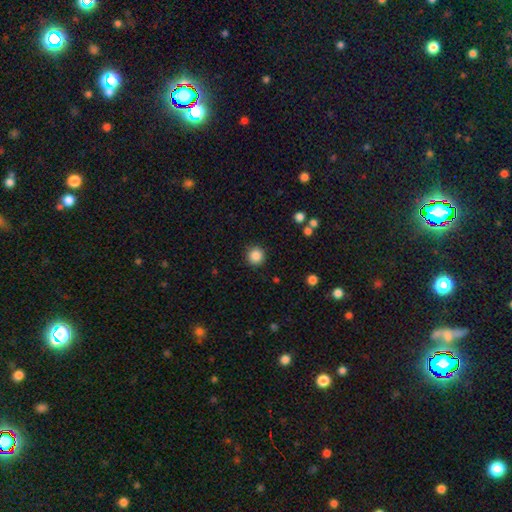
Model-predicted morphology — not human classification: This appears to be a smooth galaxy with no disk features (86%) that is round (95%). Merging: none (91%).